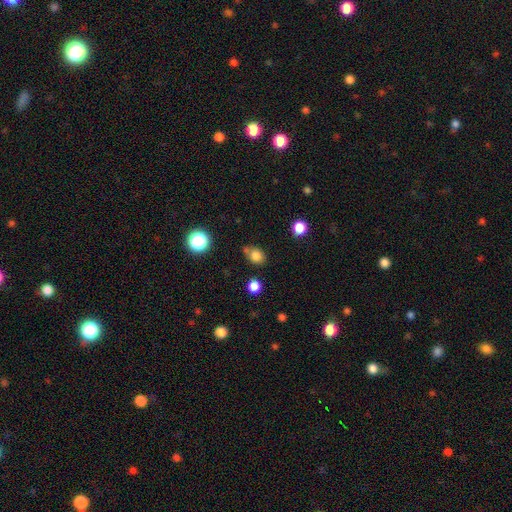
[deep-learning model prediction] This appears to be a smooth galaxy with no disk features (80%) that is round (54%). Merging: none (63%).